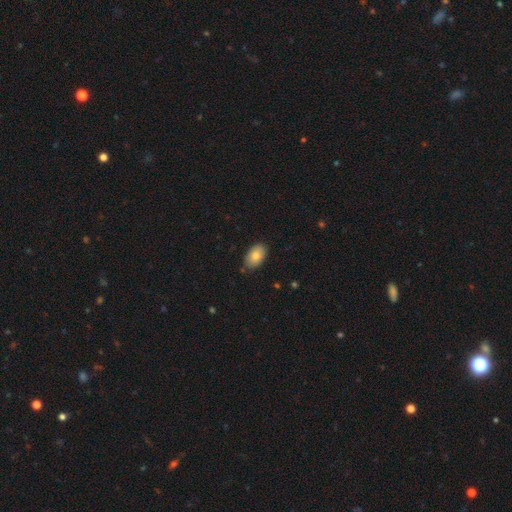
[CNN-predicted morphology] smooth-or-featured: smooth: 81% | featured or disk: 12% | star or artifact: 7%
  how-rounded: in between: 92% | round: 7% | cigar-shaped: 1%
  merging: none: 84% | minor disturbance: 12% | major disturbance: 2% | merger: 1%